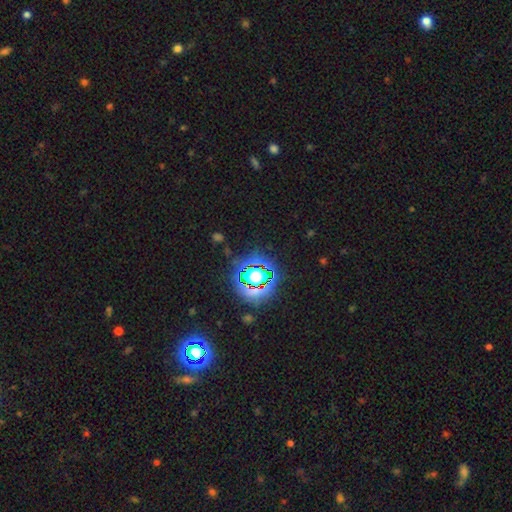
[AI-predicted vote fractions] A star or artifact, not a galaxy (81%).